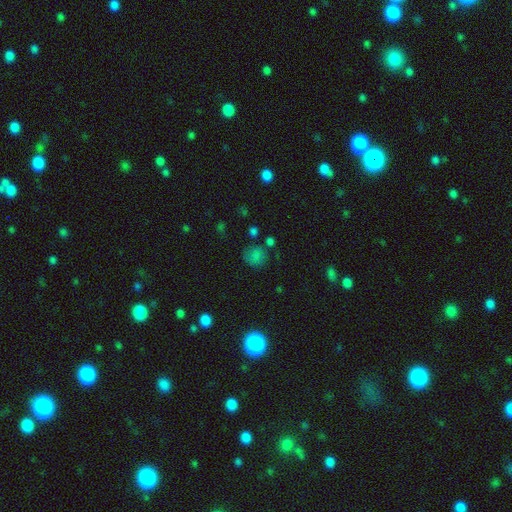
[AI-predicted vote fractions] Smooth or featured? Predicted: smooth (p=0.73). How rounded? Predicted: round (p=0.81). Merging? Predicted: none (p=0.68).